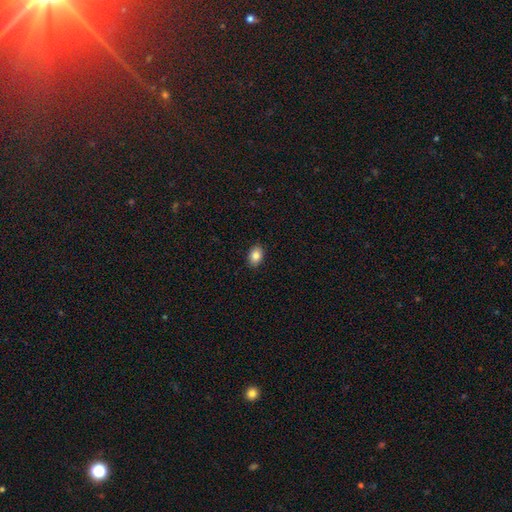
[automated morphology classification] Smooth or featured: smooth — 84% (star or artifact — 9%)
How rounded: in between — 81% (round — 18%)
Merging: none — 89% (minor disturbance — 8%)